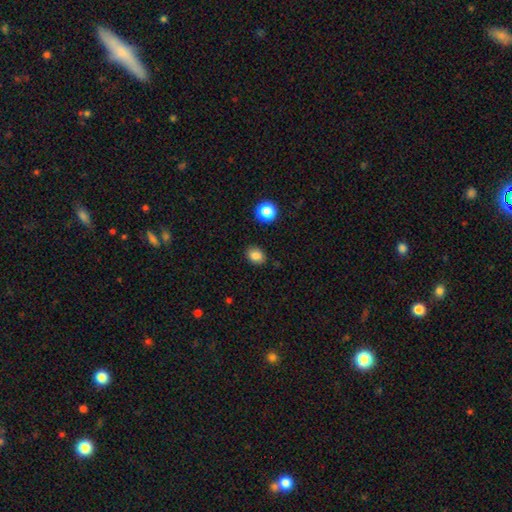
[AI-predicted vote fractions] This appears to be a smooth galaxy with no disk features (83%) that is in between round and cigar-shaped (55%). Merging: none (87%).